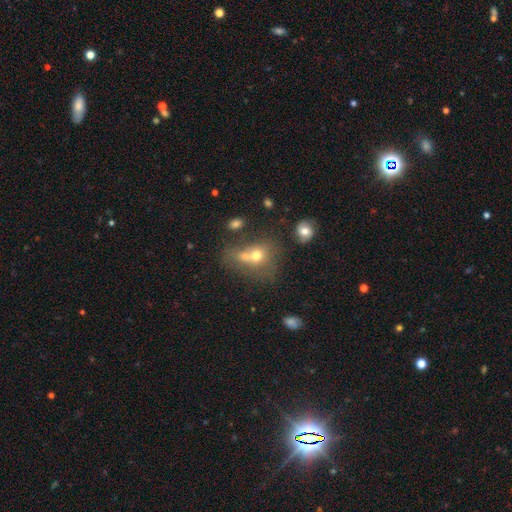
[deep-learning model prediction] Smooth or featured?
  - smooth: 63% *
  - featured or disk: 22%
  - star or artifact: 15%
How rounded?
  - round: 57% *
  - in between: 41%
  - cigar-shaped: 2%
Merging?
  - merger: 53% *
  - none: 26%
  - minor disturbance: 11%
  - major disturbance: 10%